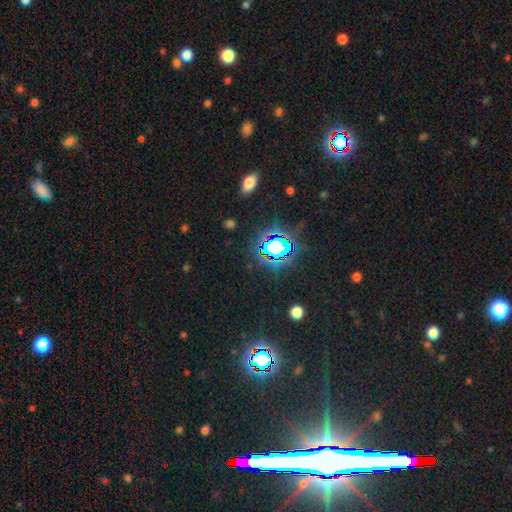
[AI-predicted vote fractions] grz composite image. It shows a star or artifact, not a galaxy (79%).